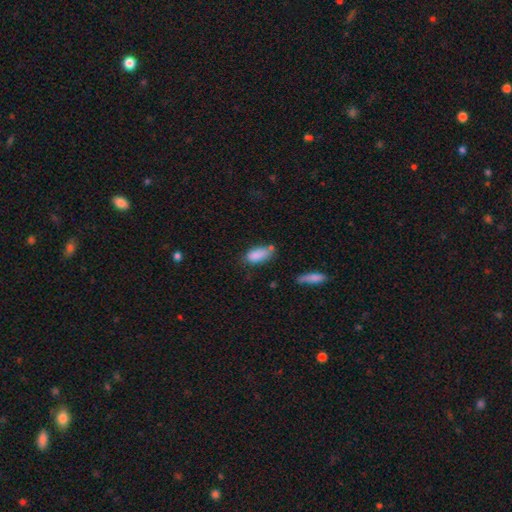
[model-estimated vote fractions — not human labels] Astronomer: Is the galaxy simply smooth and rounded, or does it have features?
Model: smooth — 84%.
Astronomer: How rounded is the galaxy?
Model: in between — 86%.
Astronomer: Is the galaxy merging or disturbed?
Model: none — 48% (runner-up: minor disturbance, 31%).